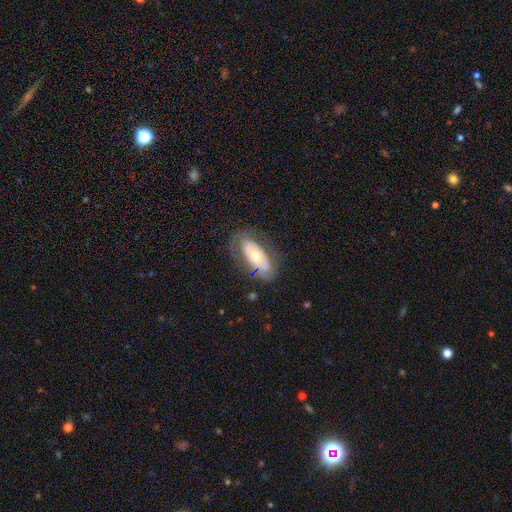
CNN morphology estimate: type=featured or disk (52%); edge-on=no (85%); merging=none (70%).